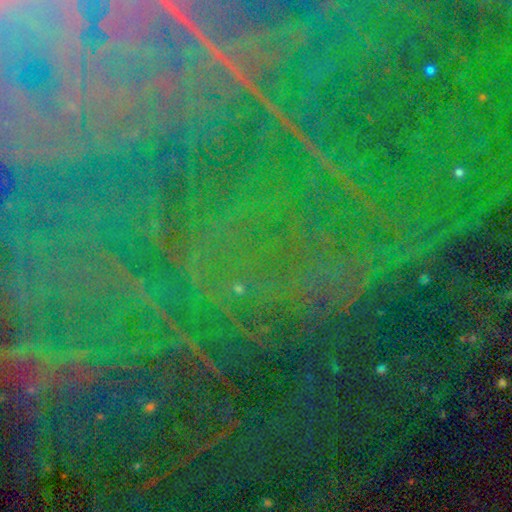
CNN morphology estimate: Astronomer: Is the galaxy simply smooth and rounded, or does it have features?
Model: star or artifact — 88%.